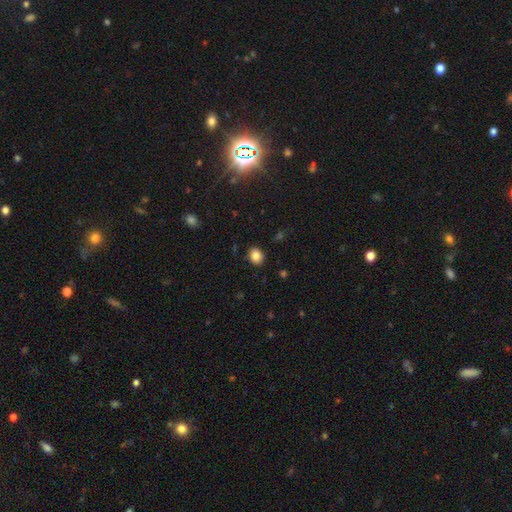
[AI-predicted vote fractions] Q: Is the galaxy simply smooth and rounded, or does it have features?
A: smooth — 85%.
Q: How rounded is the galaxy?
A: round — 51%.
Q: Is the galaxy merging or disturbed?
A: none — 88%.